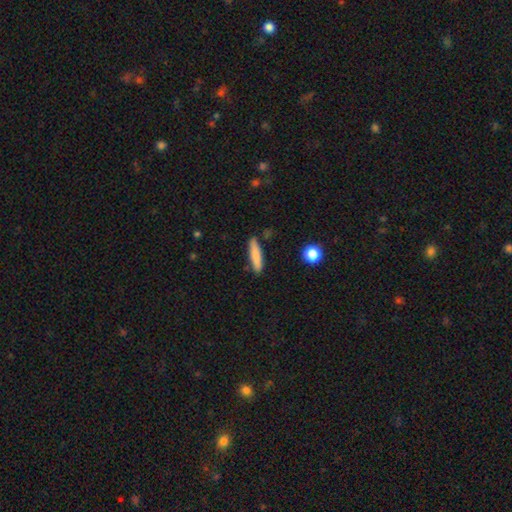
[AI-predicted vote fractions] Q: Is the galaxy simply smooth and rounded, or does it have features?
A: smooth — 81%.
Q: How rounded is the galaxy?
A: cigar-shaped — 83%.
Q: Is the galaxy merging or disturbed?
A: none — 85%.